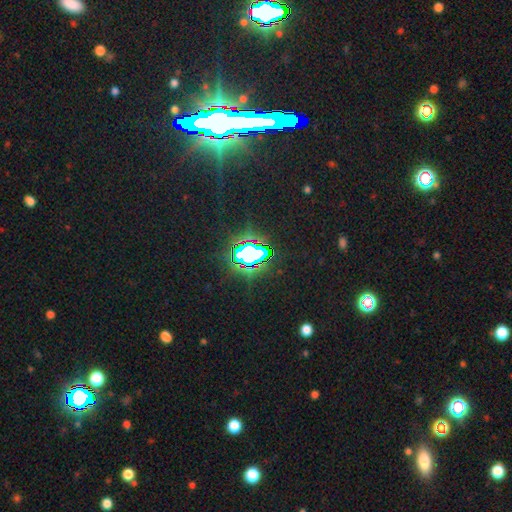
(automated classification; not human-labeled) The model was most divided on "smooth or featured": star or artifact: 80%, smooth: 11%, featured or disk: 9%.